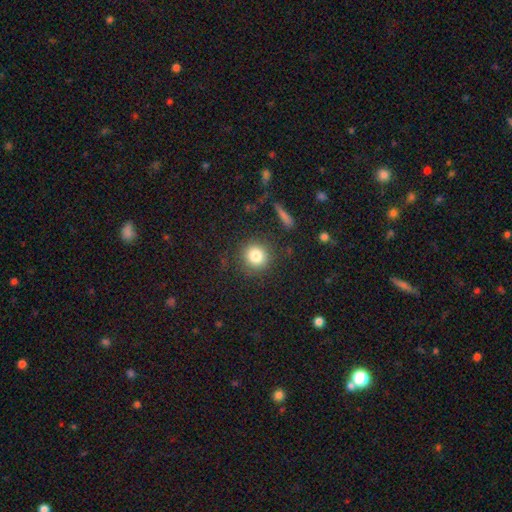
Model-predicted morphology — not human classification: The model was most divided on "smooth or featured": smooth: 82%, star or artifact: 11%, featured or disk: 7%. More confident: how rounded — round (91%); merging — none (86%).